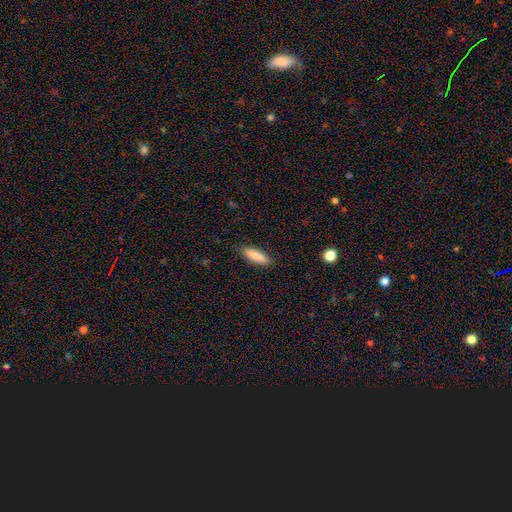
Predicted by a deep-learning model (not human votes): Smooth or featured?
  - smooth: 87% *
  - featured or disk: 7%
  - star or artifact: 6%
How rounded?
  - cigar-shaped: 58% *
  - in between: 40%
  - round: 2%
Merging?
  - none: 87% *
  - minor disturbance: 9%
  - major disturbance: 2%
  - merger: 1%